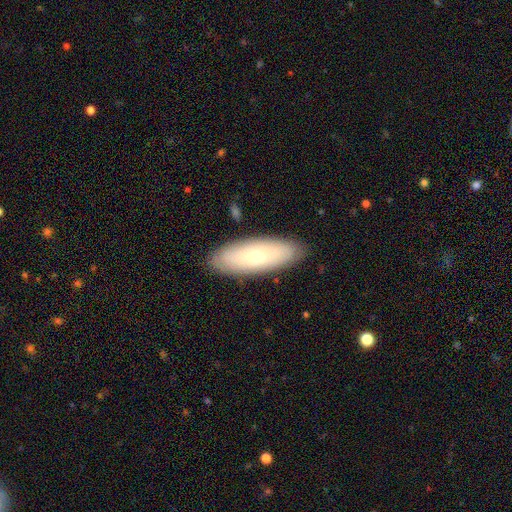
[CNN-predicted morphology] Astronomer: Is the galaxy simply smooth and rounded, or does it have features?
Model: smooth — 61%.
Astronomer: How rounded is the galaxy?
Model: in between — 66%.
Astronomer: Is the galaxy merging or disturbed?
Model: none — 87%.